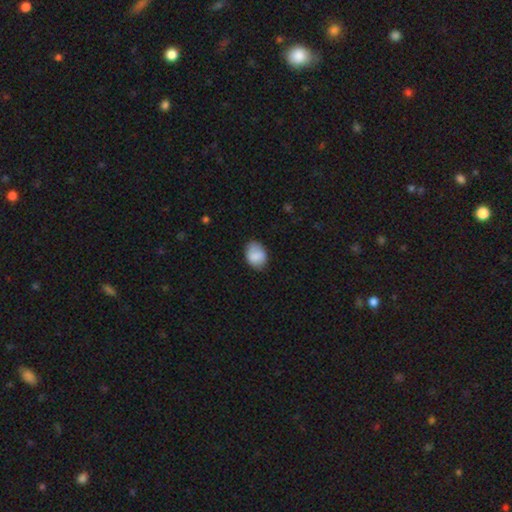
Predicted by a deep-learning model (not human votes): This is clearly a smooth galaxy (85%). How rounded: likely in between (69%). Merging: likely none (74%).